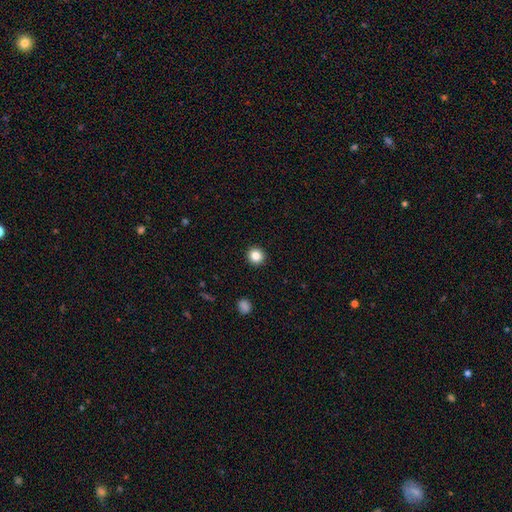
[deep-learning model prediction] smooth 85%, star or artifact 11%, featured or disk 4%. Down the decision tree: how rounded — round (93%); merging — none (93%).